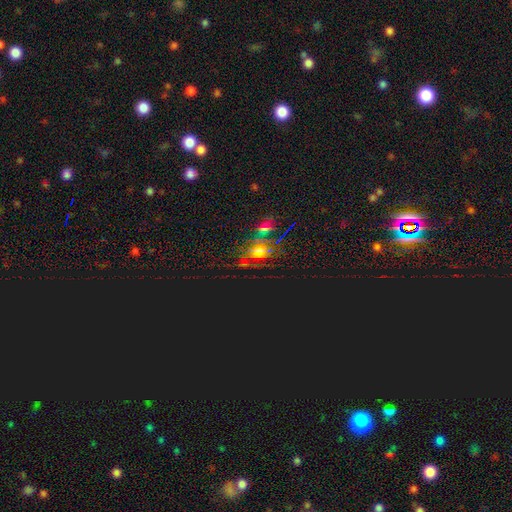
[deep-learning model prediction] Smooth or featured: star or artifact — 51% (featured or disk — 31%)